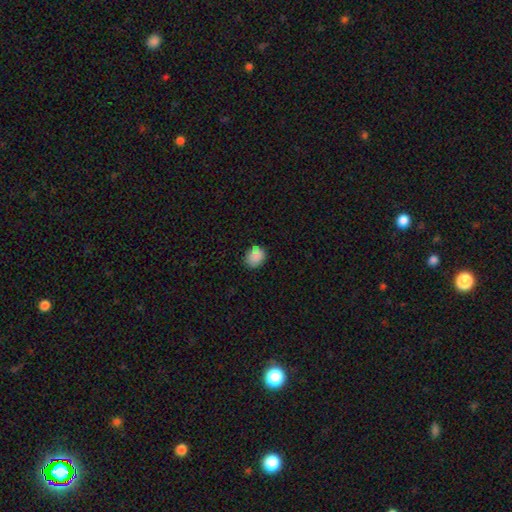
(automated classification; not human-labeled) smooth 88%, star or artifact 9%, featured or disk 3%. Down the decision tree: how rounded — round (56%); merging — none (79%).